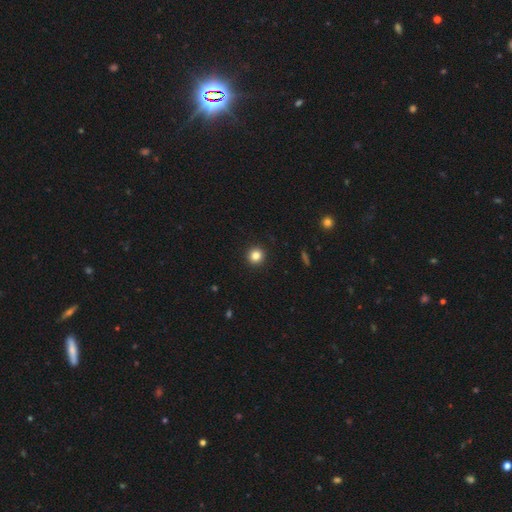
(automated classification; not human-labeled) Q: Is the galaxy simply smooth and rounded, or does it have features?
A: smooth — 83%.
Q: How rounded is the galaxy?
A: round — 94%.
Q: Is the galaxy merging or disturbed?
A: none — 93%.